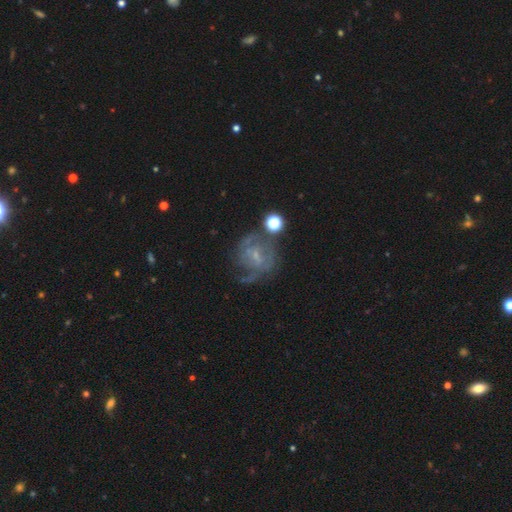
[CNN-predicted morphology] This is likely a featured or disk galaxy (68%). It is clearly not viewed edge-on (97%). Bar: possibly no (45%). Spiral arm pattern: likely yes (76%). Central bulge: likely small (69%). Merging: possibly none (51%).